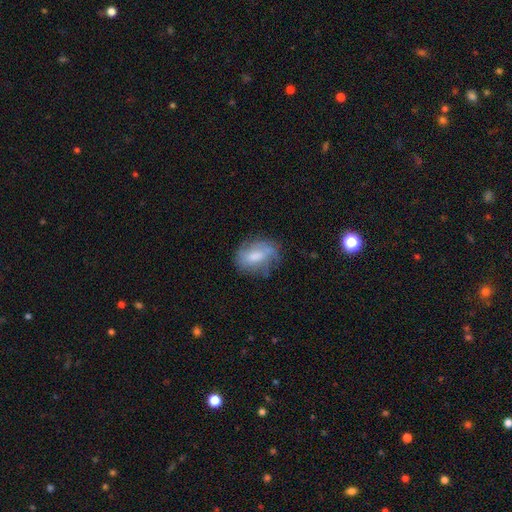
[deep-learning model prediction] Morphology: type=smooth (55%); roundness=in between (73%); merging=none (56%).